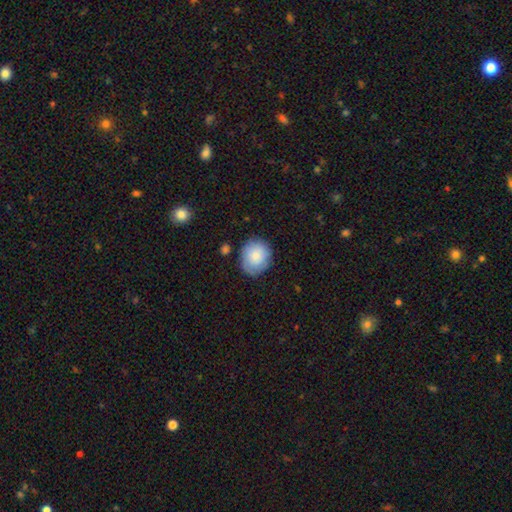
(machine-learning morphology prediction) Q: Smooth or featured?
A: smooth (83%); runner-up: featured or disk (11%)
Q: How rounded?
A: round (71%); runner-up: in between (28%)
Q: Merging?
A: none (77%); runner-up: minor disturbance (17%)